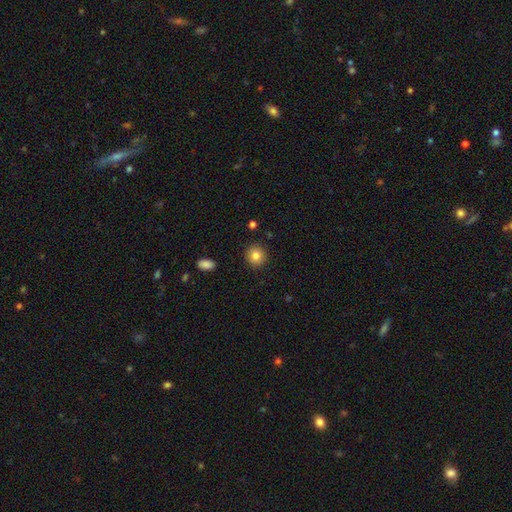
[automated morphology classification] Smooth or featured? Predicted: smooth (p=0.83). How rounded? Predicted: round (p=0.90). Merging? Predicted: none (p=0.91).